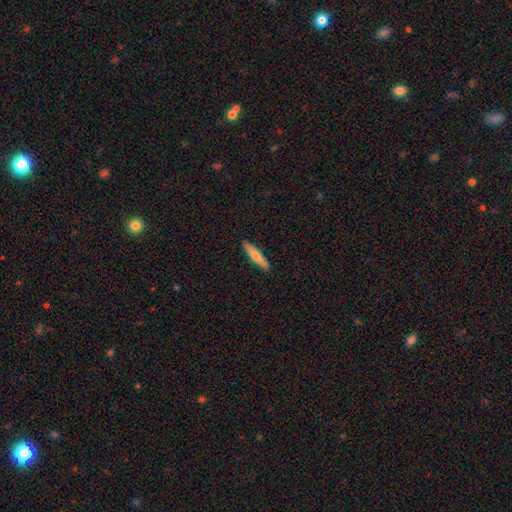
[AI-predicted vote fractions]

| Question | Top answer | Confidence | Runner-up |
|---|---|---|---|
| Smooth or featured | smooth | 65% | featured or disk (30%) |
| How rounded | cigar-shaped | 88% | in between (11%) |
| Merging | none | 91% | minor disturbance (6%) |